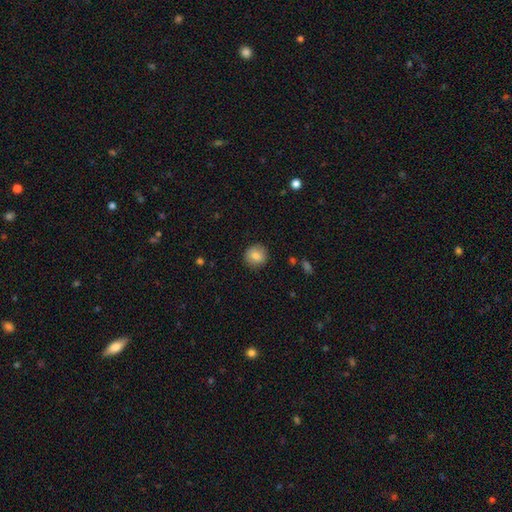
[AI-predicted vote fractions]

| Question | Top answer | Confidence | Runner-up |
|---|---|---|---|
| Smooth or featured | smooth | 84% | star or artifact (9%) |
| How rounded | round | 88% | in between (11%) |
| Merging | none | 89% | minor disturbance (8%) |